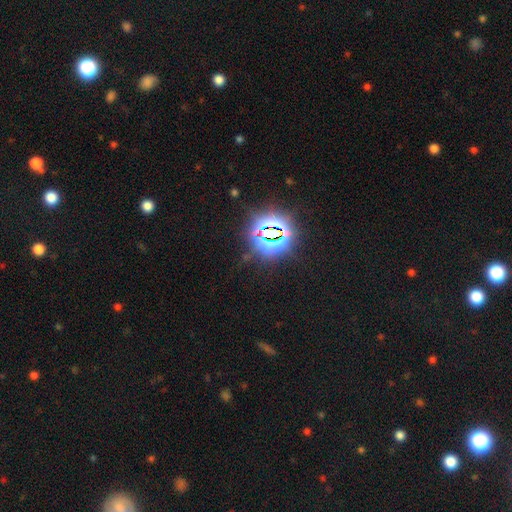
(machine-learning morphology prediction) The model was most divided on "smooth or featured": star or artifact: 82%, smooth: 11%, featured or disk: 7%.